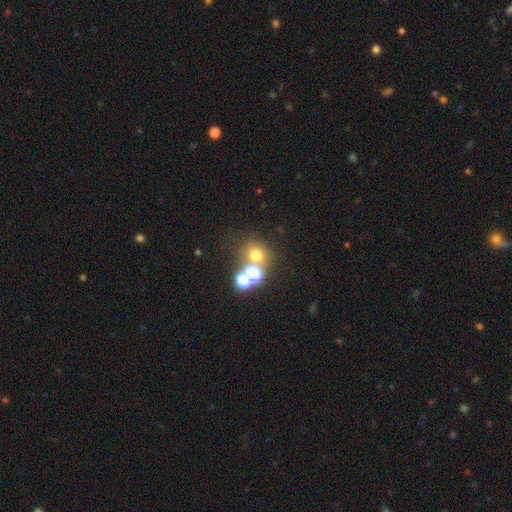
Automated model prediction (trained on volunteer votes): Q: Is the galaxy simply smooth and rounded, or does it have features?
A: smooth — 62%.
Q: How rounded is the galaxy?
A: round — 82%.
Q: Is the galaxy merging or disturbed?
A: none — 60%.